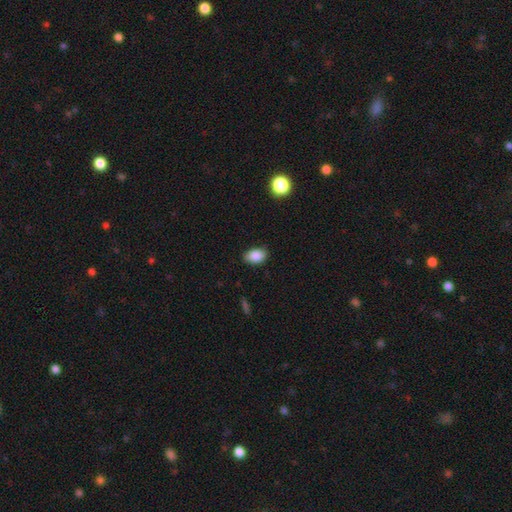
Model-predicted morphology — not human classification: Q: Smooth or featured?
A: smooth (87%); runner-up: star or artifact (8%)
Q: How rounded?
A: in between (85%); runner-up: round (13%)
Q: Merging?
A: none (82%); runner-up: minor disturbance (14%)